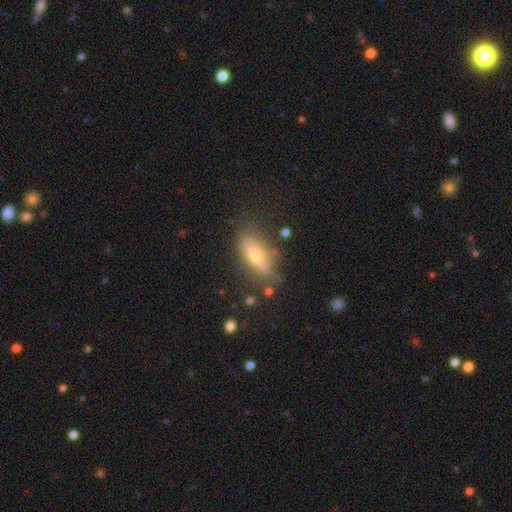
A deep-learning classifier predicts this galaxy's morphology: Q: Smooth or featured?
A: featured or disk (49%); runner-up: smooth (43%)
Q: Merging?
A: none (70%); runner-up: minor disturbance (20%)